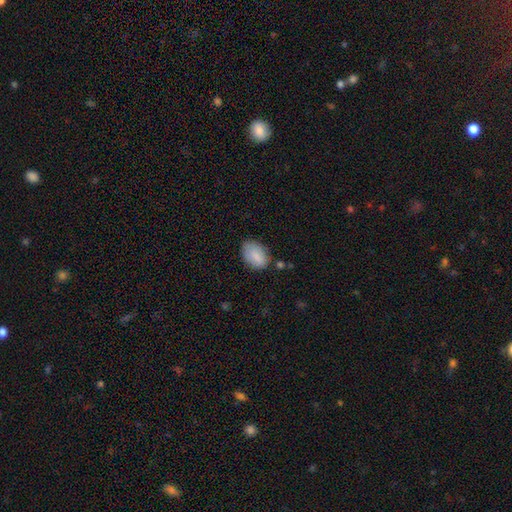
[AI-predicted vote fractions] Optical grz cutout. It shows a smooth galaxy with no disk features (86%) that is in between round and cigar-shaped (89%). Merging: none (68%).